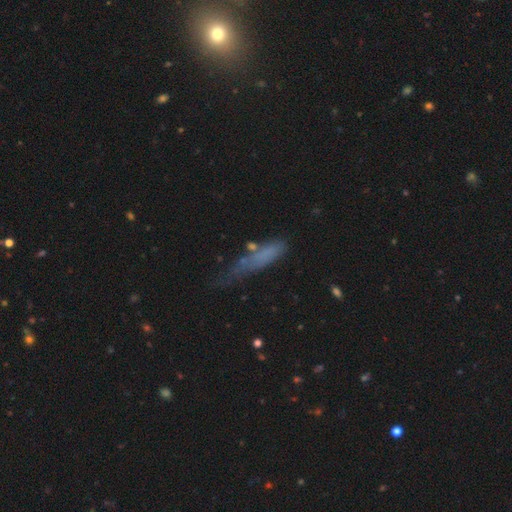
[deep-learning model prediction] Smooth or featured: smooth — 63% (featured or disk — 23%)
How rounded: cigar-shaped — 69% (in between — 29%)
Merging: none — 35% (minor disturbance — 30%)